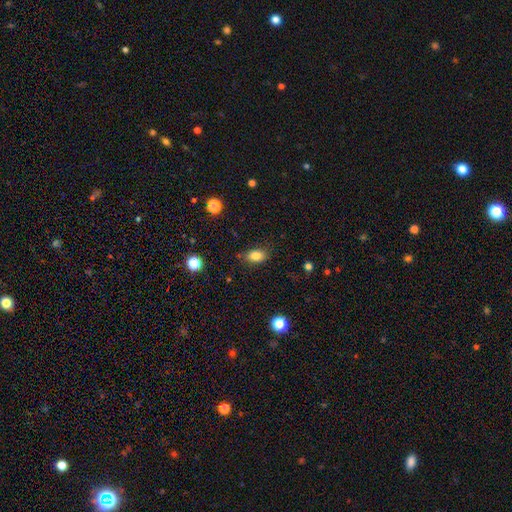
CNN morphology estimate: Q: Smooth or featured?
A: smooth (83%); runner-up: star or artifact (10%)
Q: How rounded?
A: in between (85%); runner-up: round (13%)
Q: Merging?
A: none (81%); runner-up: minor disturbance (14%)